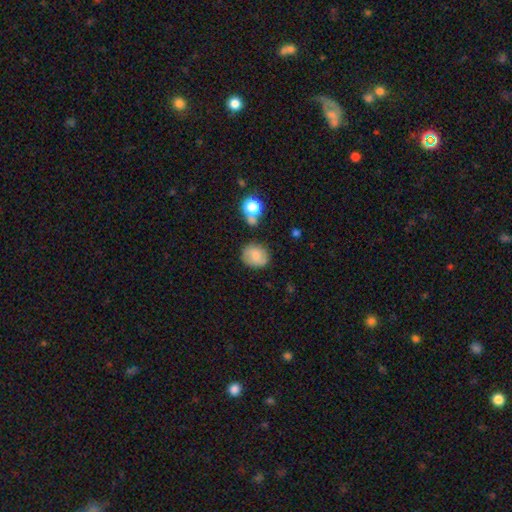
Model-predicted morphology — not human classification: Smooth or featured: smooth — 70% (featured or disk — 20%)
How rounded: round — 70% (in between — 29%)
Merging: none — 72% (minor disturbance — 17%)